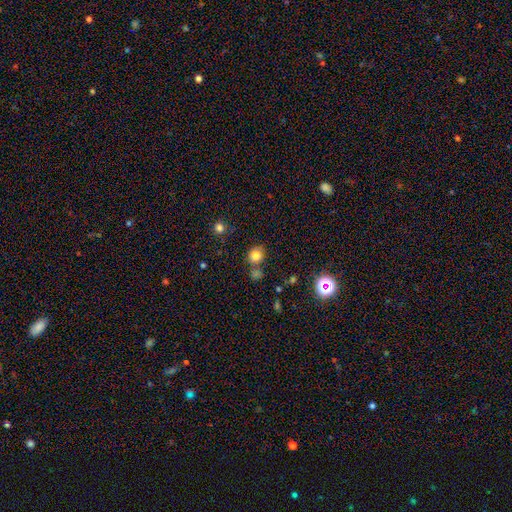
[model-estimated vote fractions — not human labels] smooth_or_featured: smooth (p=0.79) [alt: star or artifact p=0.15]
how_rounded: round (p=0.82) [alt: in between p=0.17]
merging: none (p=0.69) [alt: merger p=0.16]